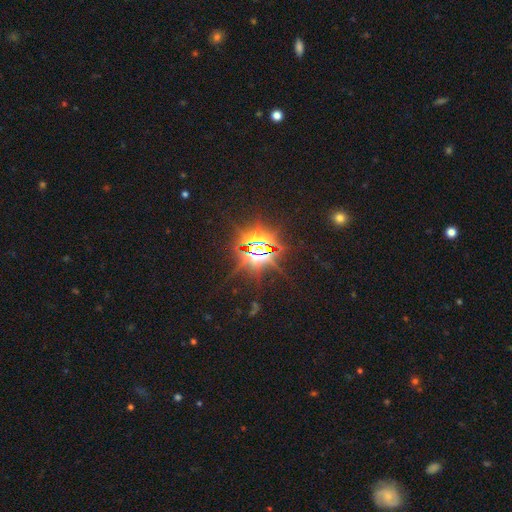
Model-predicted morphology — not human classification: Q: Smooth or featured?
A: star or artifact (85%); runner-up: featured or disk (8%)